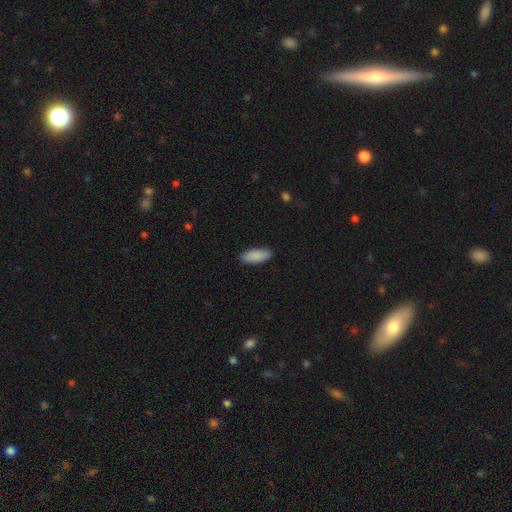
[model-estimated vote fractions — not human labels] Morphology: type=smooth (90%); roundness=in between (79%); merging=none (90%).